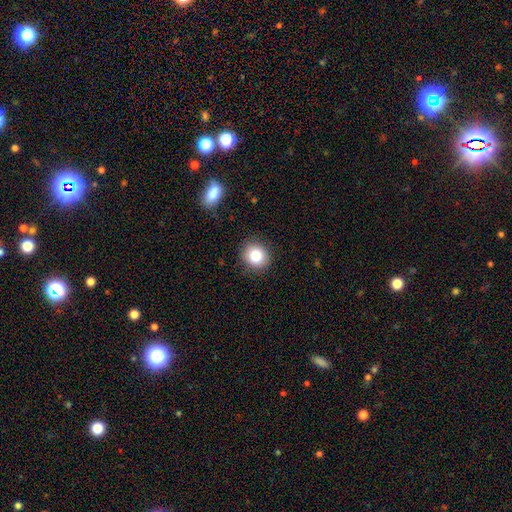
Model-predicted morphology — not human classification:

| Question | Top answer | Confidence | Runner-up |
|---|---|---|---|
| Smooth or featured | smooth | 83% | star or artifact (10%) |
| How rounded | round | 78% | in between (21%) |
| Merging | none | 89% | minor disturbance (7%) |